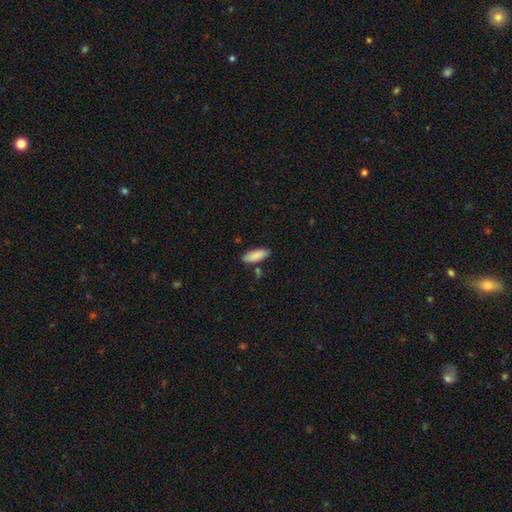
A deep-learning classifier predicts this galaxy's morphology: Smooth or featured: smooth — 88% (star or artifact — 6%)
How rounded: in between — 76% (cigar-shaped — 22%)
Merging: none — 80% (minor disturbance — 12%)